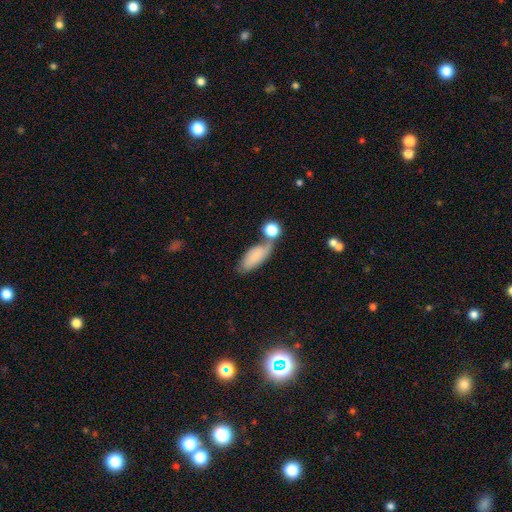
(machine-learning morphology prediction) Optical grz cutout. It shows a smooth galaxy with no disk features (75%) that is in between round and cigar-shaped (77%). Merging: none (47%).